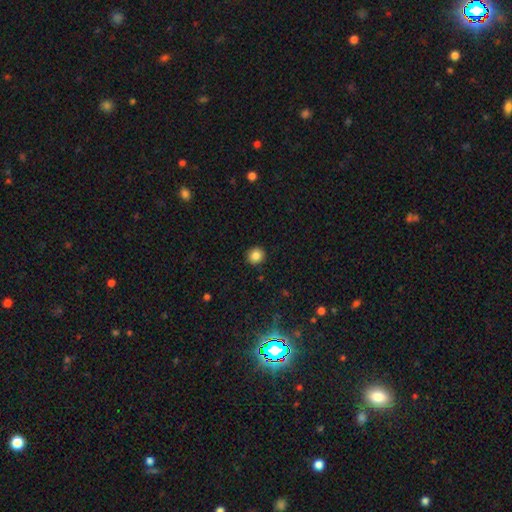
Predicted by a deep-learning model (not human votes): Q: Smooth or featured?
A: smooth (84%); runner-up: star or artifact (11%)
Q: How rounded?
A: round (92%); runner-up: in between (7%)
Q: Merging?
A: none (92%); runner-up: minor disturbance (5%)